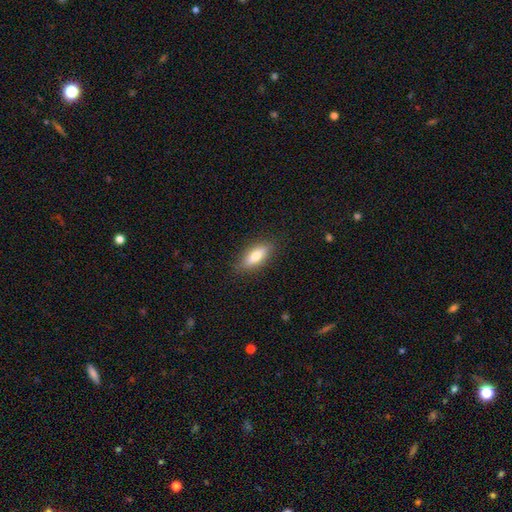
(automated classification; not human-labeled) This appears to be a smooth galaxy with no disk features (69%) that is in between round and cigar-shaped (68%). Merging: none (86%).